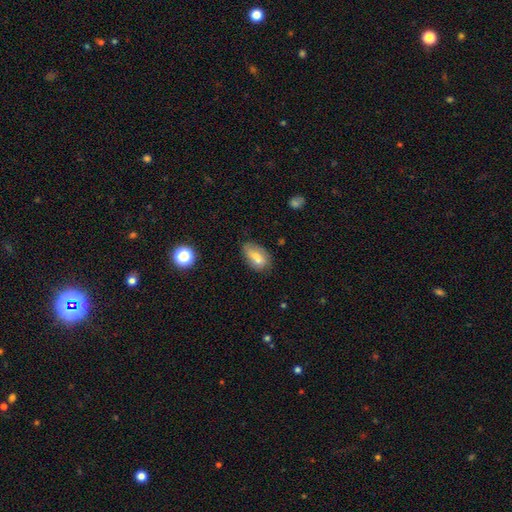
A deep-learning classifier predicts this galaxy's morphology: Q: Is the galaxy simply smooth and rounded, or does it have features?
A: smooth — 68%.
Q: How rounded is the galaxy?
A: in between — 87%.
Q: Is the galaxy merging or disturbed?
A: none — 61%.